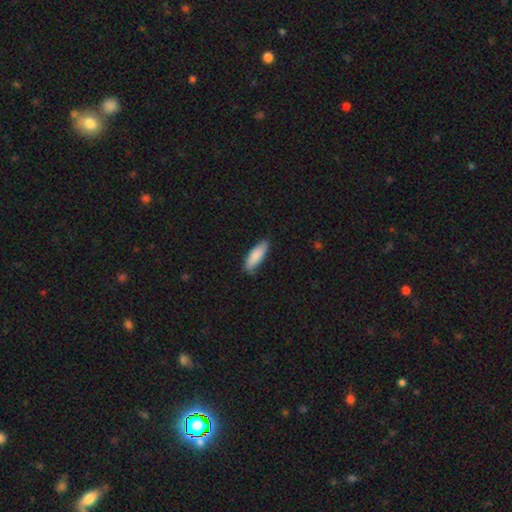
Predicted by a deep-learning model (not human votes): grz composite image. It shows a smooth galaxy with no disk features (87%) that is in between round and cigar-shaped (59%). Merging: none (75%).